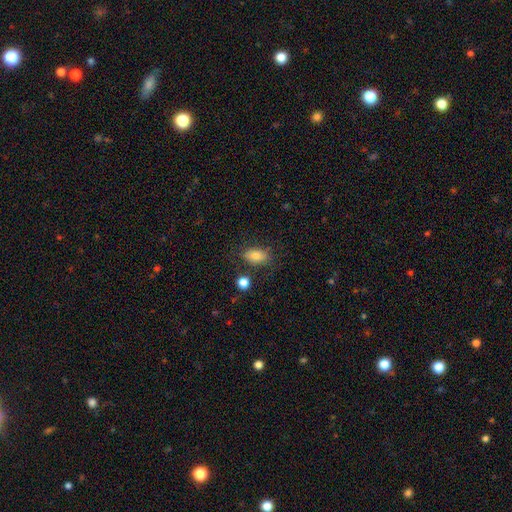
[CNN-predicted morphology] smooth-or-featured: smooth: 80% | featured or disk: 10% | star or artifact: 9%
  how-rounded: in between: 86% | round: 12% | cigar-shaped: 2%
  merging: none: 76% | minor disturbance: 14% | merger: 5% | major disturbance: 5%